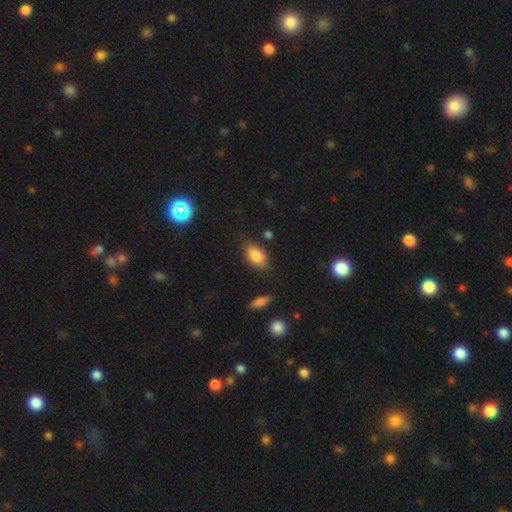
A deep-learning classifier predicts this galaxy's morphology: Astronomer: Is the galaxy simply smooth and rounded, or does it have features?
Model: smooth — 83%.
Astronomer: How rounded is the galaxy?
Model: in between — 88%.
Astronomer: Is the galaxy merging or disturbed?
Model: none — 76%.